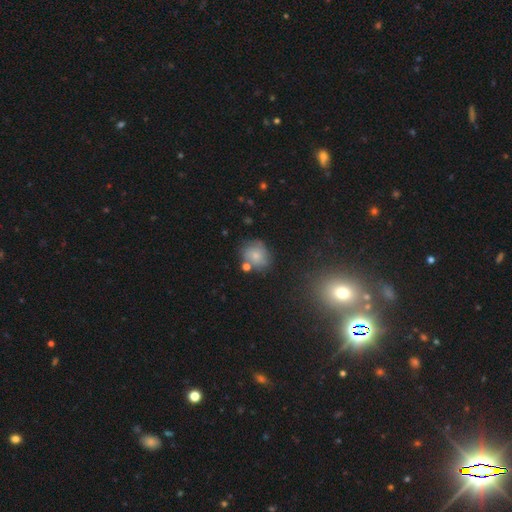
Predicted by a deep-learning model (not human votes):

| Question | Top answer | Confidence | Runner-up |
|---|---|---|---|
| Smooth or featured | smooth | 61% | featured or disk (28%) |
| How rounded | round | 70% | in between (28%) |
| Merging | none | 61% | minor disturbance (21%) |